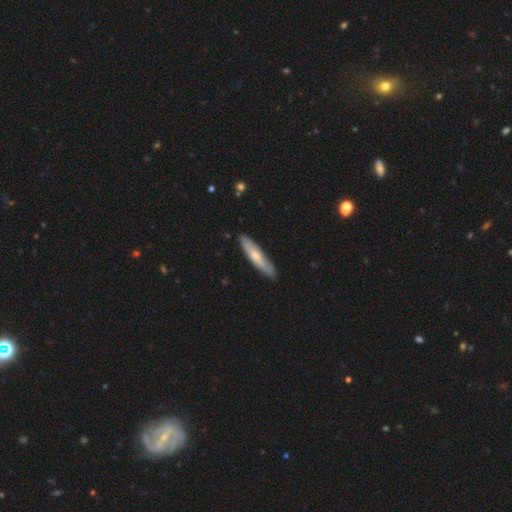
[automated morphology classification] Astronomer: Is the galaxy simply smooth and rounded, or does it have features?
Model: smooth — 58% (runner-up: featured or disk, 37%).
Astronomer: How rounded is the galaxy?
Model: cigar-shaped — 85%.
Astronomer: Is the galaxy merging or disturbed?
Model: none — 86%.